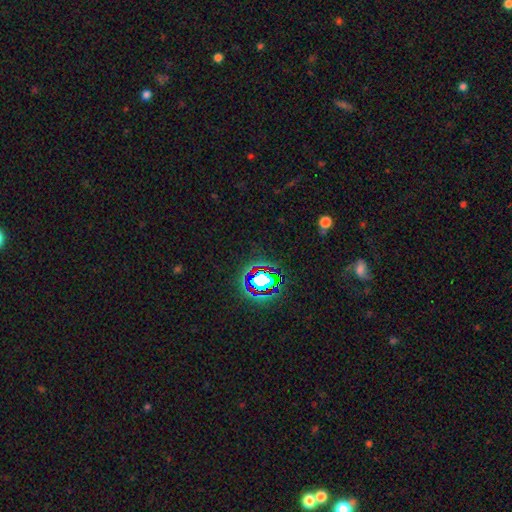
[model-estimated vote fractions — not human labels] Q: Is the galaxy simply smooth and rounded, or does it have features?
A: star or artifact — 76%.